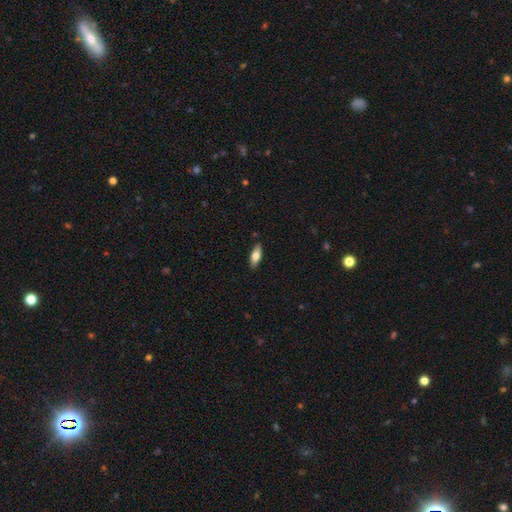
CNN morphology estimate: Smooth or featured? smooth (71%)
How rounded? in between (71%)
Merging? none (87%)